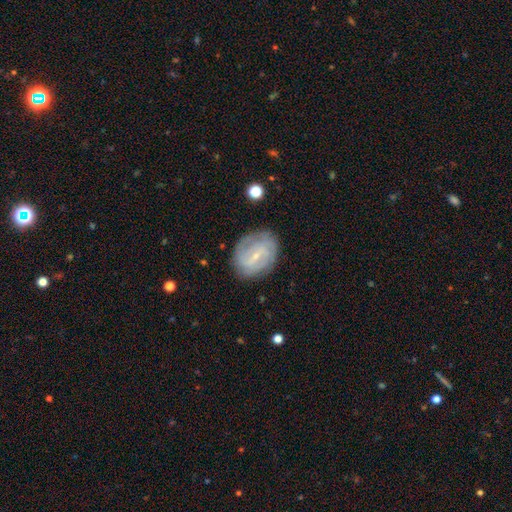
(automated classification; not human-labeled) This is likely a featured or disk galaxy (73%). It is clearly not viewed edge-on (97%). Bar: possibly weak (52%). Spiral arm pattern: clearly yes (85%). Spiral arm count: marginally can't tell (38%). Spiral winding: possibly tight (52%). Central bulge: clearly small (81%). Merging: likely none (76%).